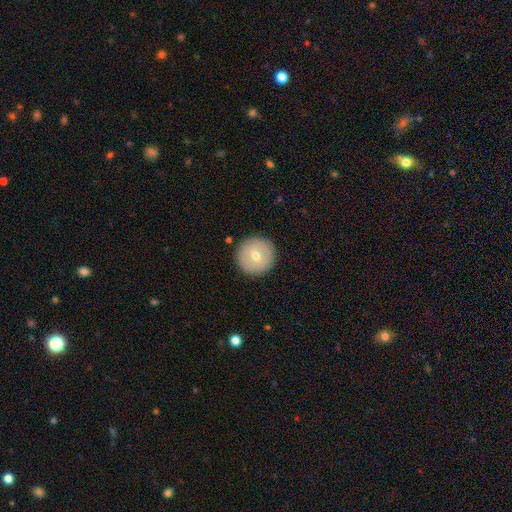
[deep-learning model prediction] smooth 64%, featured or disk 27%, star or artifact 9%. Down the decision tree: how rounded — round (96%); merging — none (91%).